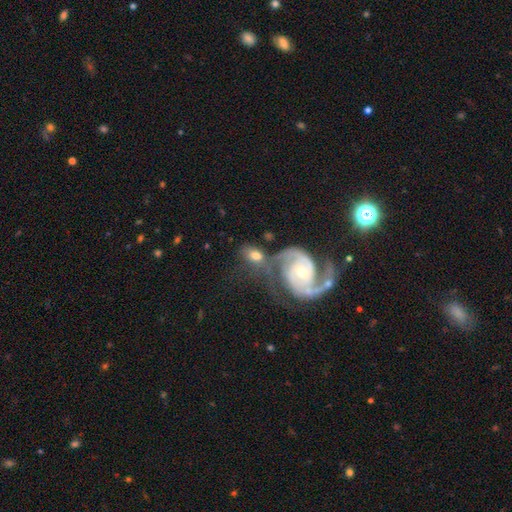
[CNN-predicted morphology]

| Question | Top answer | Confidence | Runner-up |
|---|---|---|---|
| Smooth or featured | featured or disk | 61% | smooth (32%) |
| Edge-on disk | no | 96% | yes (4%) |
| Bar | no | 49% | weak (37%) |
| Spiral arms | yes | 88% | no (12%) |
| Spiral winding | medium | 48% | tight (29%) |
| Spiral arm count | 2 | 85% | can't tell (6%) |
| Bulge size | moderate | 54% | small (38%) |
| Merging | none | 38% | merger (34%) |